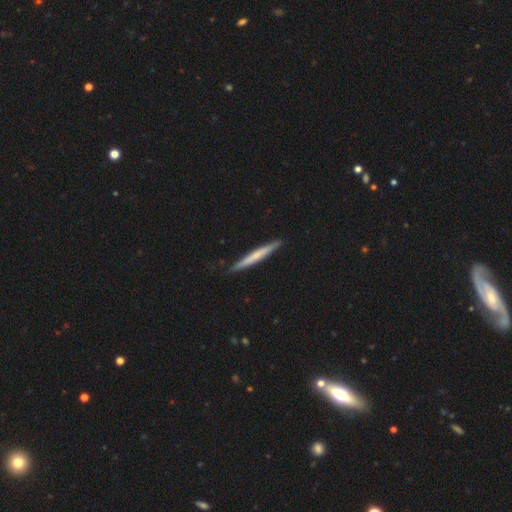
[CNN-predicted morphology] The model was most divided on "smooth or featured": smooth: 52%, featured or disk: 43%, star or artifact: 5%. More confident: how rounded — cigar-shaped (96%); merging — none (90%).